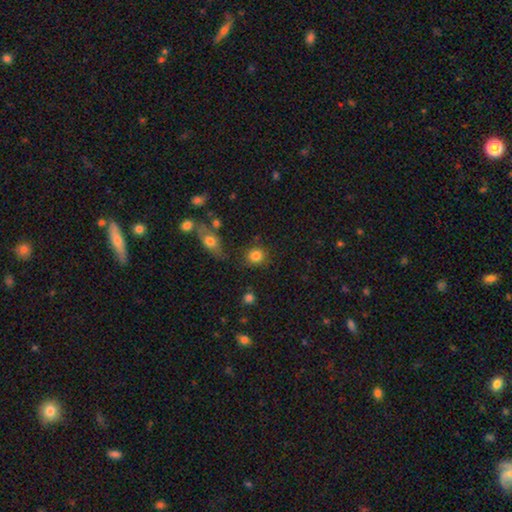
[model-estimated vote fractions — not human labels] smooth_or_featured: smooth (p=0.83) [alt: star or artifact p=0.10]
how_rounded: round (p=0.83) [alt: in between p=0.16]
merging: none (p=0.79) [alt: minor disturbance p=0.11]